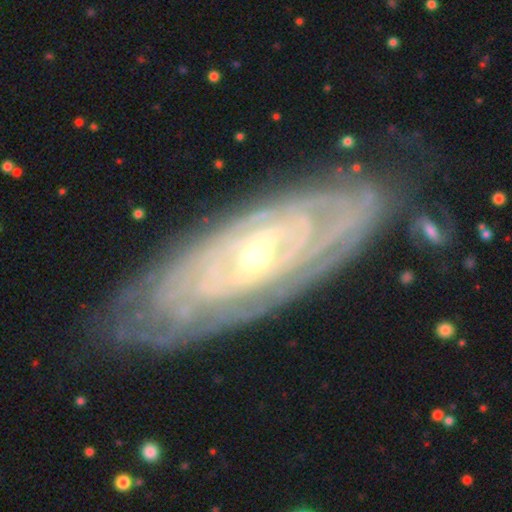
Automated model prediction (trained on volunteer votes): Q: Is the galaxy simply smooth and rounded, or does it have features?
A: featured or disk — 86%.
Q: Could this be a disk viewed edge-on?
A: no — 85%.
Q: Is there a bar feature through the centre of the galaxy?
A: weak — 39%.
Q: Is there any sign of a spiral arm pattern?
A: yes — 94%.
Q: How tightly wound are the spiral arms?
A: tight — 84%.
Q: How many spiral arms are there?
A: can't tell — 50%.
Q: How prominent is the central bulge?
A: small — 69%.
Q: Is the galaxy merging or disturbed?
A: none — 82%.